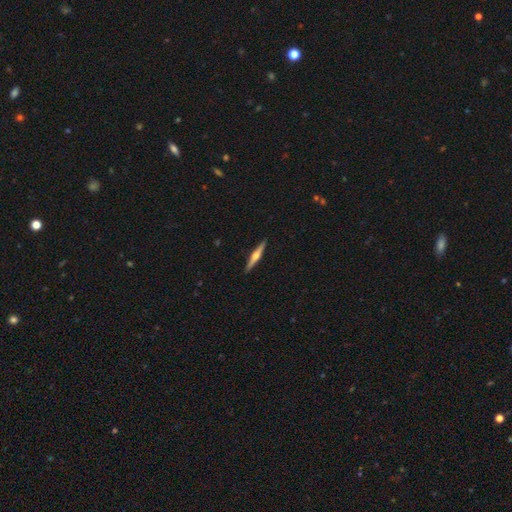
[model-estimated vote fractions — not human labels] Smooth or featured: featured or disk — 70% (smooth — 25%)
Edge-on disk: yes — 98% (no — 2%)
Edge-on bulge: rounded — 92% (boxy — 4%)
Merging: none — 92% (minor disturbance — 6%)